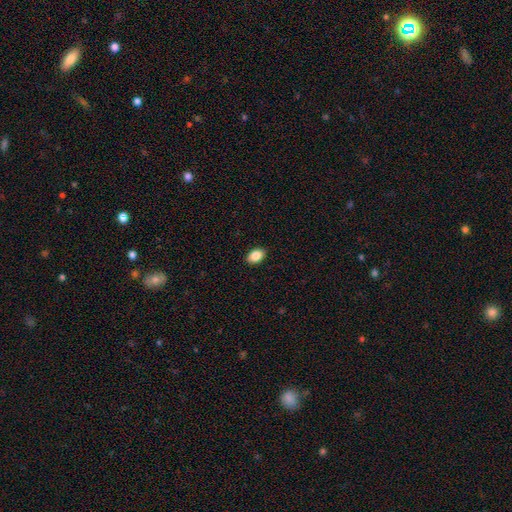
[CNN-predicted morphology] Smooth or featured? Predicted: smooth (p=0.86). How rounded? Predicted: in between (p=0.86). Merging? Predicted: none (p=0.90).